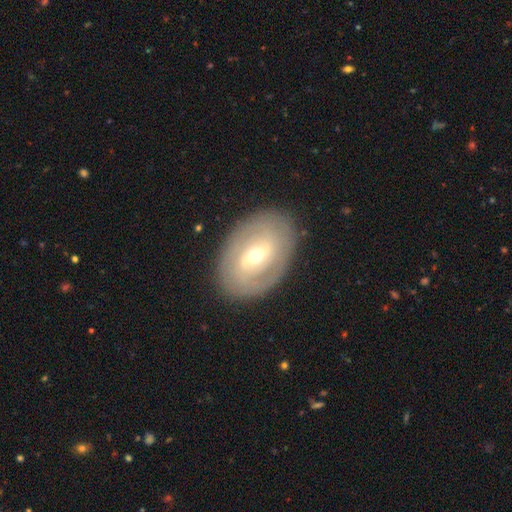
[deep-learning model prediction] Smooth or featured? featured or disk (69%)
Edge-on disk? no (93%)
Bar? weak (48%)
Spiral arms? yes (59%)
Bulge size? moderate (61%)
Merging? none (84%)